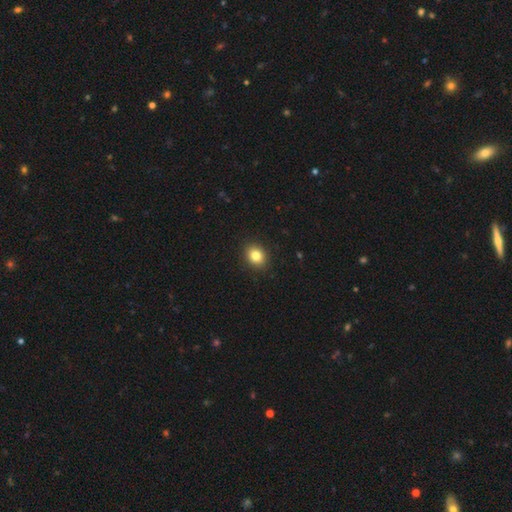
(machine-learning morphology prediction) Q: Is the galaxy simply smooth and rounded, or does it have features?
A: smooth — 83%.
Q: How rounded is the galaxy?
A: round — 55%.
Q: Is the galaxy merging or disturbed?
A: none — 91%.